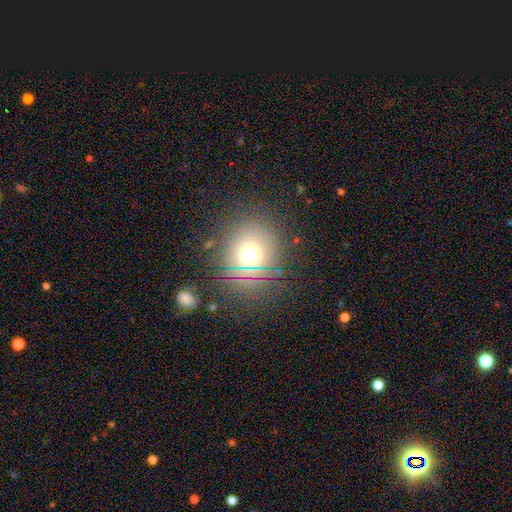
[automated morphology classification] A smooth galaxy with no disk features (61%) that is round (81%).

Vote fractions:
- Smooth or featured? smooth: 61% / star or artifact: 27% / featured or disk: 12%
- How rounded? round: 81% / in between: 17% / cigar-shaped: 1%
- Merging? none: 80% / minor disturbance: 10% / major disturbance: 6% / merger: 3%